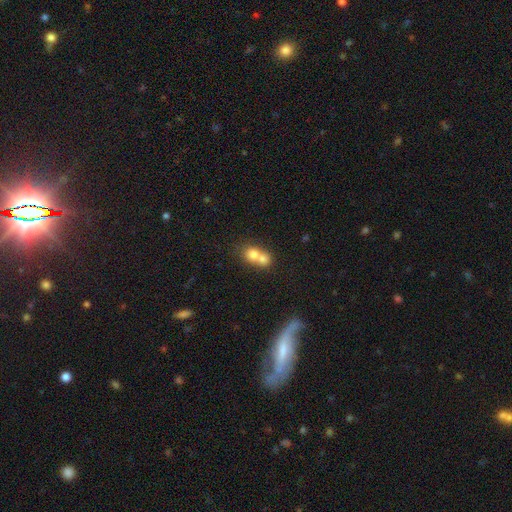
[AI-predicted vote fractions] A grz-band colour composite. It shows a smooth galaxy with no disk features (73%) that is round (68%). Merging: merger (73%).